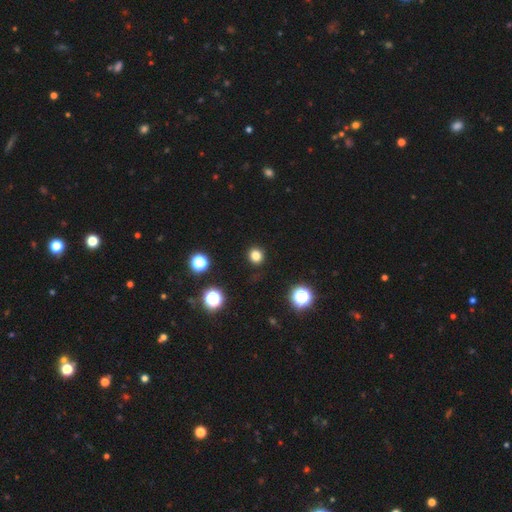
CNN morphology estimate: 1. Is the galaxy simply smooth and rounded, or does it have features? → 81% smooth, 15% star or artifact, 4% featured or disk.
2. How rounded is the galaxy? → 90% round, 10% in between, 1% cigar-shaped.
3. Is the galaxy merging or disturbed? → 91% none, 6% minor disturbance, 2% major disturbance, 1% merger.